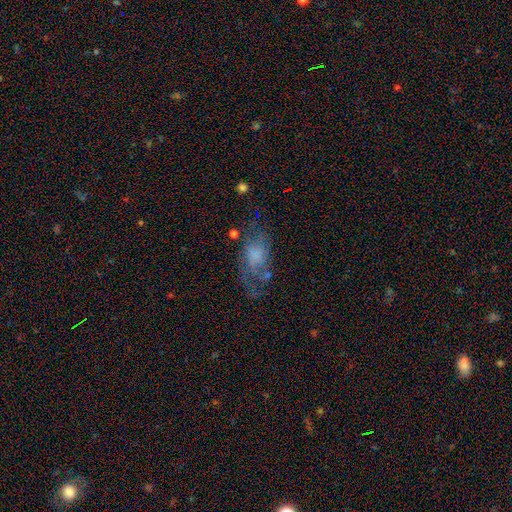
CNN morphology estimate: smooth_or_featured: featured or disk (p=0.52) [alt: smooth p=0.37]
disk_edge_on: no (p=0.93) [alt: yes p=0.07]
merging: none (p=0.46) [alt: major disturbance p=0.27]